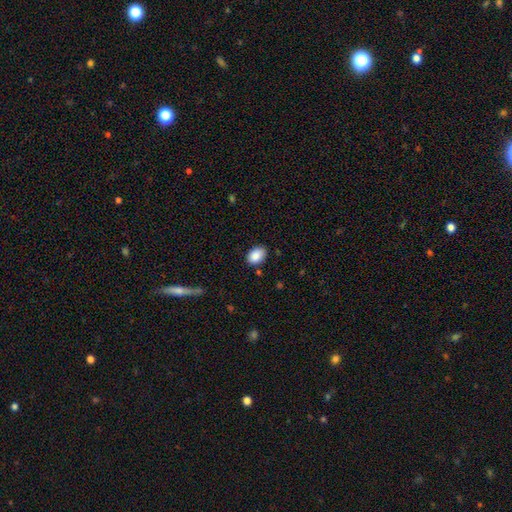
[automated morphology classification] type=smooth (89%); roundness=in between (83%); merging=none (83%).